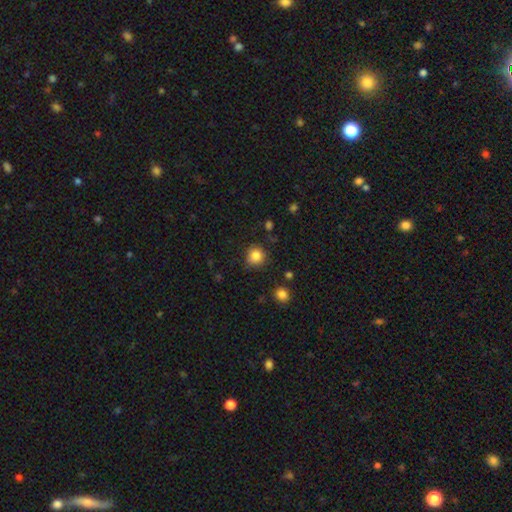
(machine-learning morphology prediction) smooth_or_featured: smooth (p=0.85) [alt: star or artifact p=0.11]
how_rounded: round (p=0.92) [alt: in between p=0.07]
merging: none (p=0.83) [alt: minor disturbance p=0.11]